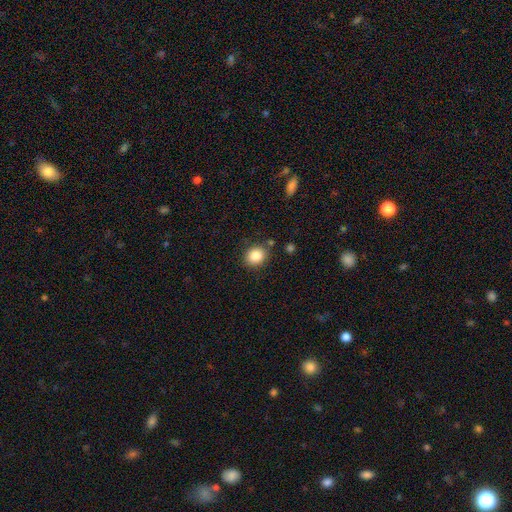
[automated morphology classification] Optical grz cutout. It shows a smooth galaxy with no disk features (86%) that is round (65%). Merging: none (82%).